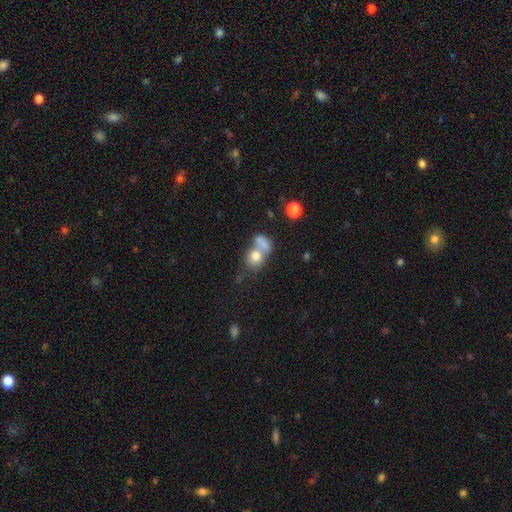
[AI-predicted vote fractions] Smooth or featured: smooth — 76% (featured or disk — 14%)
How rounded: round — 60% (in between — 39%)
Merging: merger — 57% (none — 29%)